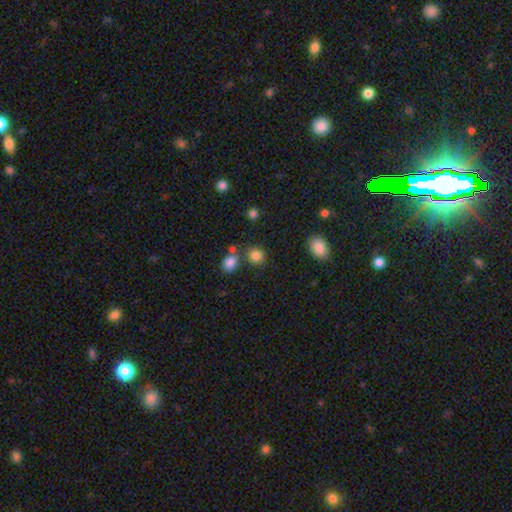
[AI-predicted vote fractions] Overall: smooth (84%). How rounded: round (77%). Merging: none (75%).